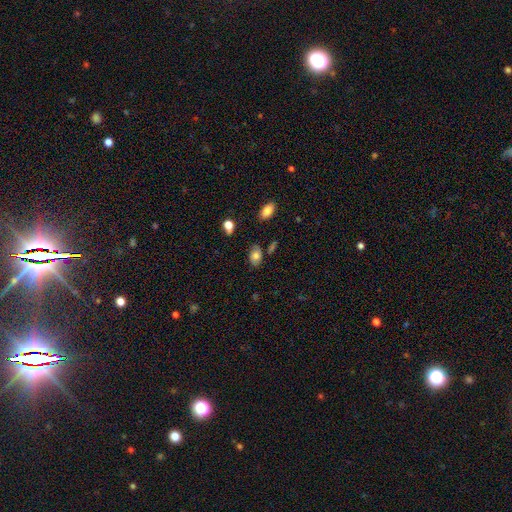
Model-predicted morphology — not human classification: The model was most divided on "smooth or featured": smooth: 72%, featured or disk: 18%, star or artifact: 10%. More confident: how rounded — in between (84%); merging — none (74%).